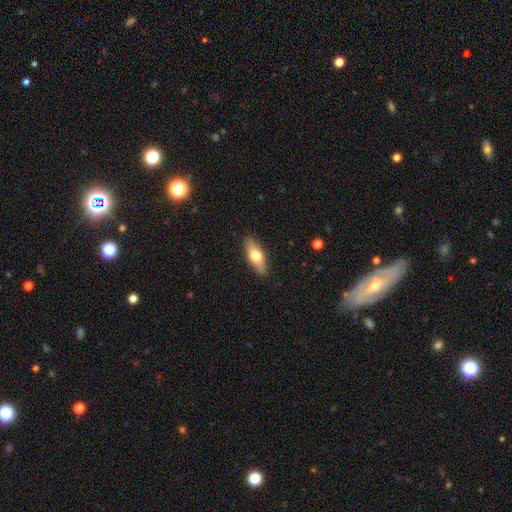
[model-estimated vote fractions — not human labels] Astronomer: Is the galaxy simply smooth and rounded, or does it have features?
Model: smooth — 63%.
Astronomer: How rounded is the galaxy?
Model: in between — 69%.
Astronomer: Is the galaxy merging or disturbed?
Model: none — 88%.